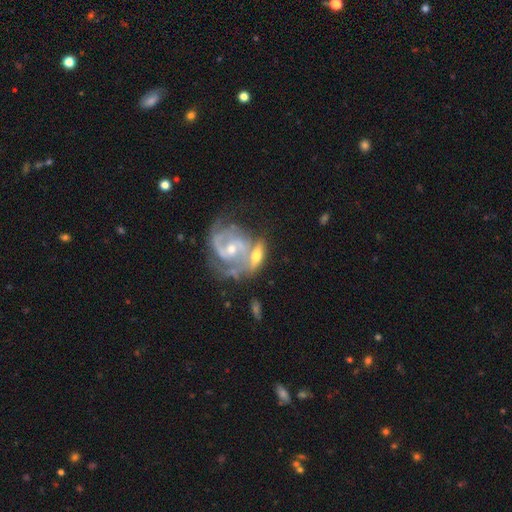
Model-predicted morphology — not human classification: featured or disk 70%, smooth 23%, star or artifact 6%. Down the decision tree: edge-on disk — no (91%); bar — no (49%); spiral arms — yes (84%); spiral arm count — 2 (72%); spiral winding — medium (47%); bulge size — moderate (54%); merging — merger (46%).